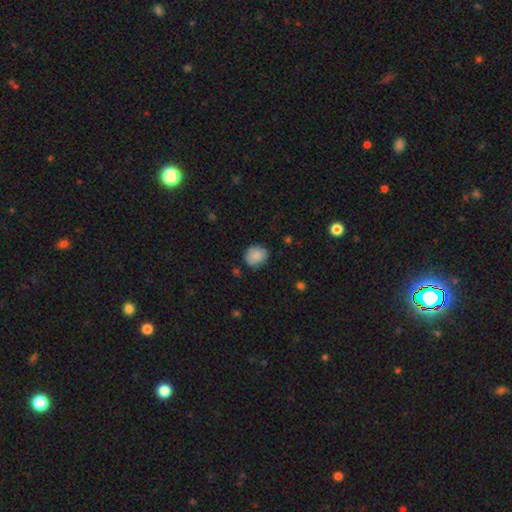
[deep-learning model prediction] Smooth or featured? smooth (86%)
How rounded? round (67%)
Merging? none (75%)